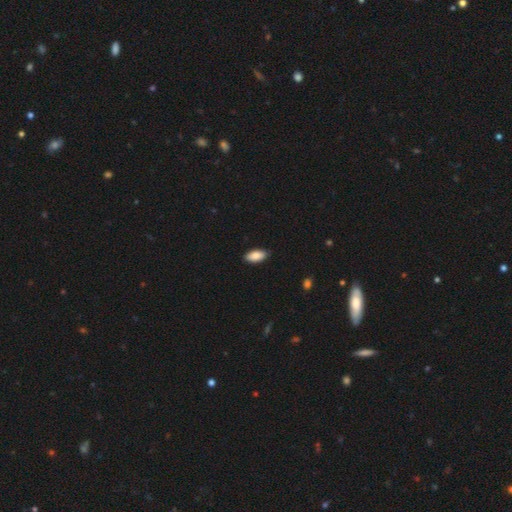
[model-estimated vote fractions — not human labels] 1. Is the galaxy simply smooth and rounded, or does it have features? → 87% smooth, 6% featured or disk, 6% star or artifact.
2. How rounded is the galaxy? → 91% in between, 6% cigar-shaped, 2% round.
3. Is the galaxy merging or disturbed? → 85% none, 12% minor disturbance, 2% major disturbance, 1% merger.